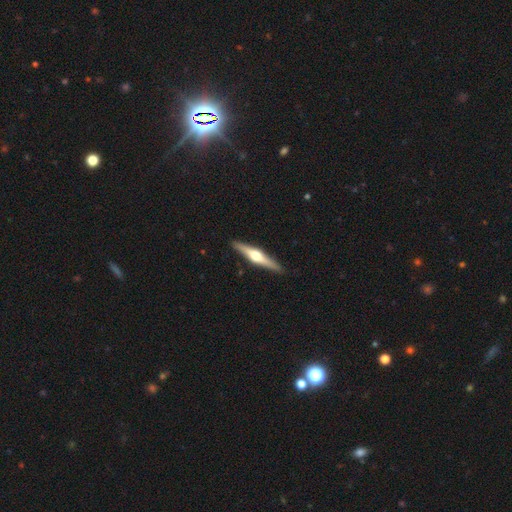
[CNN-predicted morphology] The model was most divided on "smooth or featured": featured or disk: 69%, smooth: 26%, star or artifact: 5%. More confident: edge-on disk — yes (97%); edge-on bulge — rounded (94%); merging — none (91%).